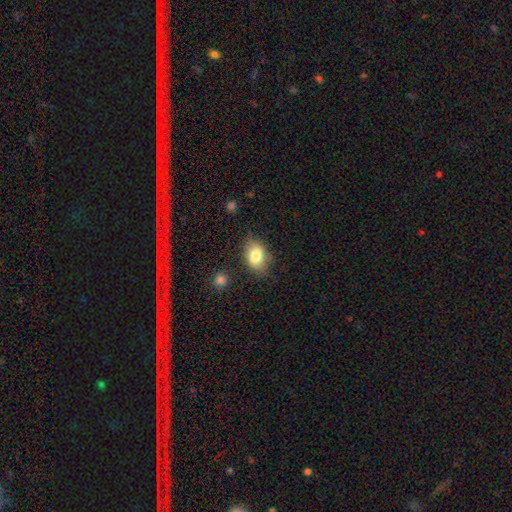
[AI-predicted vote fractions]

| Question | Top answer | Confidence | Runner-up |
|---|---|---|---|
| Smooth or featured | smooth | 82% | featured or disk (10%) |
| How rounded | in between | 81% | round (17%) |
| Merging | none | 78% | minor disturbance (16%) |